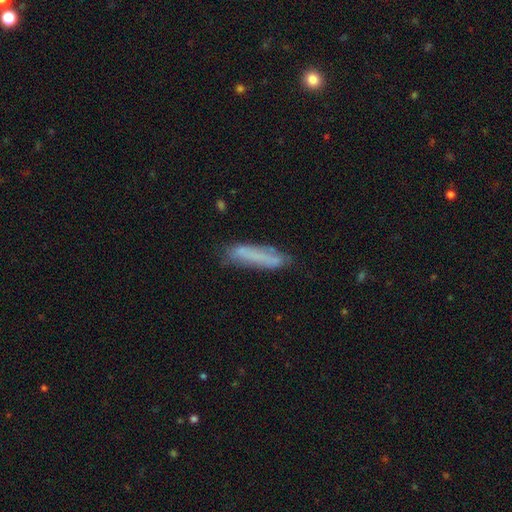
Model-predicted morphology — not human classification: The model was most divided on "smooth or featured": smooth: 63%, featured or disk: 27%, star or artifact: 9%. More confident: how rounded — cigar-shaped (82%); merging — none (70%).